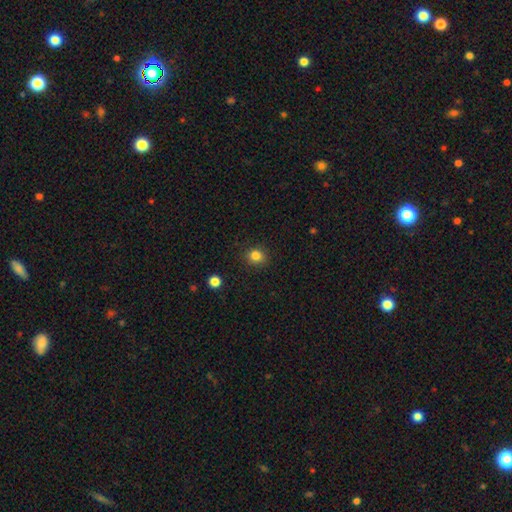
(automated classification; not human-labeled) smooth_or_featured: smooth (p=0.83) [alt: star or artifact p=0.12]
how_rounded: round (p=0.77) [alt: in between p=0.22]
merging: none (p=0.87) [alt: minor disturbance p=0.09]